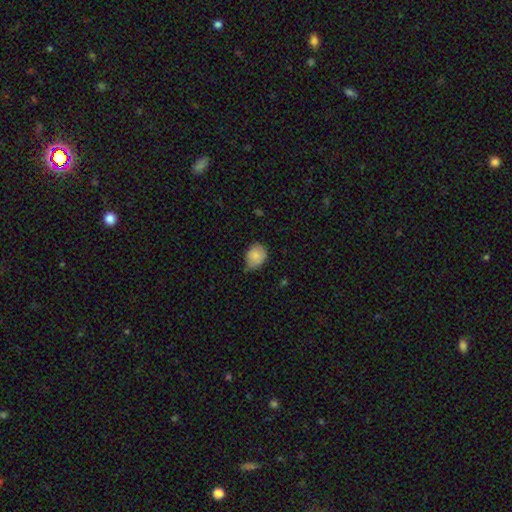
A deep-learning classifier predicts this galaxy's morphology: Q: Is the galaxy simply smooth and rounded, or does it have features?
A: smooth — 82%.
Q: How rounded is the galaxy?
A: round — 52%.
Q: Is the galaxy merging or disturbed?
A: none — 49%.